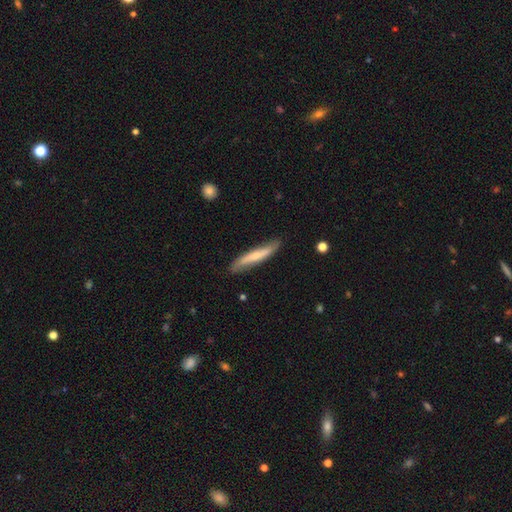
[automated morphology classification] smooth-or-featured: smooth: 52% | featured or disk: 43% | star or artifact: 5%
  how-rounded: cigar-shaped: 90% | in between: 8% | round: 2%
  merging: none: 79% | minor disturbance: 17% | major disturbance: 3% | merger: 2%